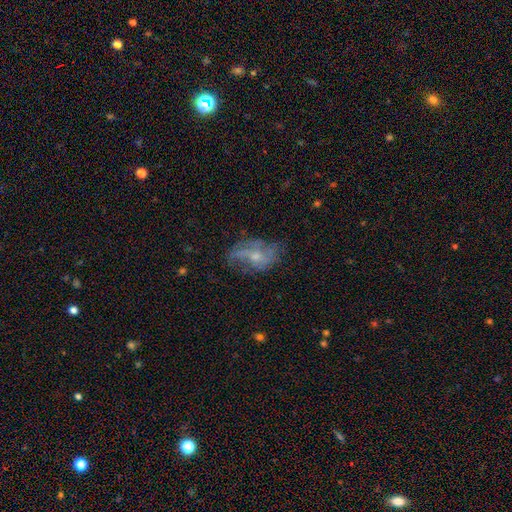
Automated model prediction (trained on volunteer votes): Q: Smooth or featured?
A: featured or disk (65%); runner-up: smooth (26%)
Q: Edge-on disk?
A: no (95%); runner-up: yes (5%)
Q: Bar?
A: no (66%); runner-up: weak (28%)
Q: Spiral arms?
A: yes (72%); runner-up: no (28%)
Q: Bulge size?
A: small (57%); runner-up: moderate (34%)
Q: Merging?
A: none (52%); runner-up: minor disturbance (25%)